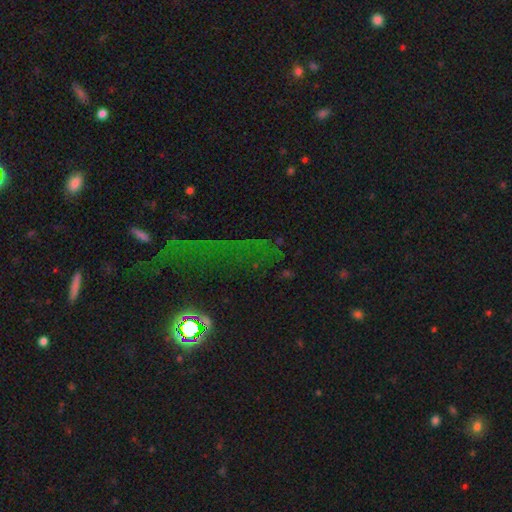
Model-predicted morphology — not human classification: This appears to be a star or artifact, not a galaxy (78%).